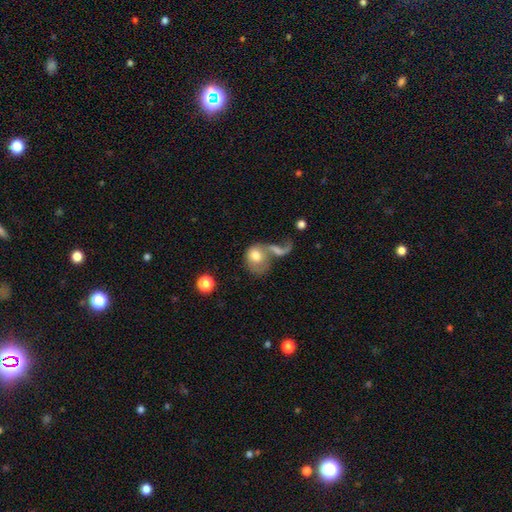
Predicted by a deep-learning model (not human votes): smooth_or_featured: smooth (p=0.62) [alt: featured or disk p=0.30]
how_rounded: in between (p=0.52) [alt: round p=0.47]
merging: merger (p=0.57) [alt: major disturbance p=0.19]